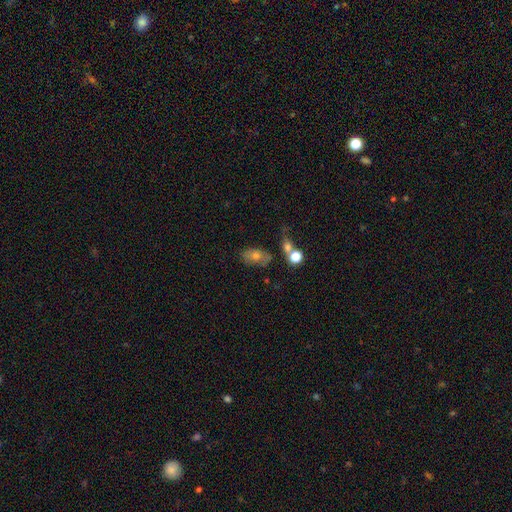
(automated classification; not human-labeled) Smooth or featured: smooth — 59% (featured or disk — 26%)
How rounded: in between — 81% (round — 16%)
Merging: none — 57% (minor disturbance — 18%)